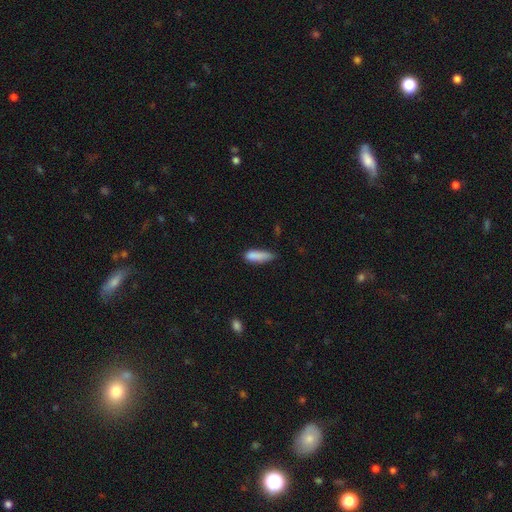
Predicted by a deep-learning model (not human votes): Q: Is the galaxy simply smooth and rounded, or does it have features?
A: smooth — 85%.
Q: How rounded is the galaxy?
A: cigar-shaped — 51%.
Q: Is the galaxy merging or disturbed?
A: none — 51%.